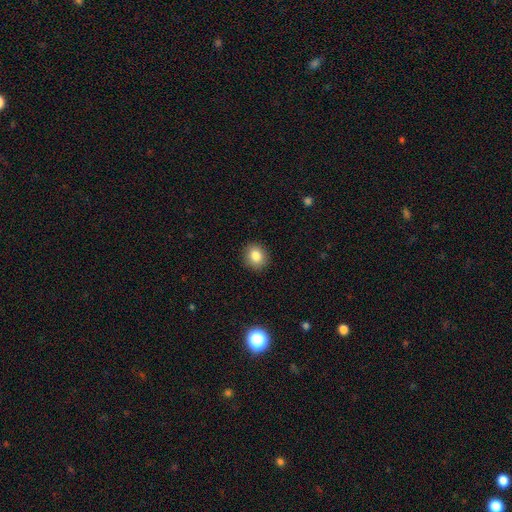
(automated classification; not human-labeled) smooth 83%, star or artifact 10%, featured or disk 6%. Down the decision tree: how rounded — round (75%); merging — none (90%).